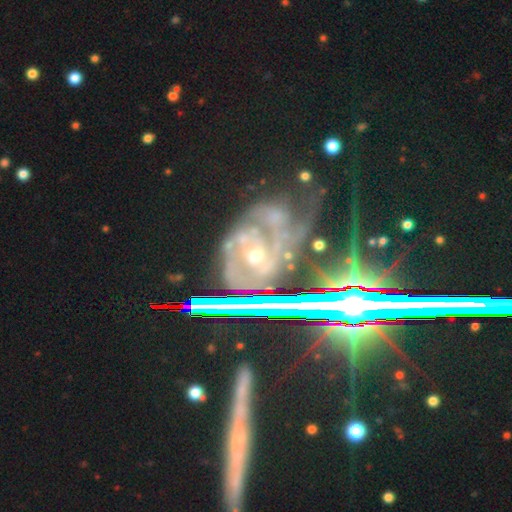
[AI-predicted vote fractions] Smooth or featured? Predicted: featured or disk (p=0.75). Edge-on disk? Predicted: no (p=0.90). Bar? Predicted: no (p=0.69). Spiral arms? Predicted: yes (p=0.92). Spiral winding? Predicted: tight (p=0.65). Spiral arm count? Predicted: can't tell (p=0.35). Bulge size? Predicted: small (p=0.60). Merging? Predicted: none (p=0.53).